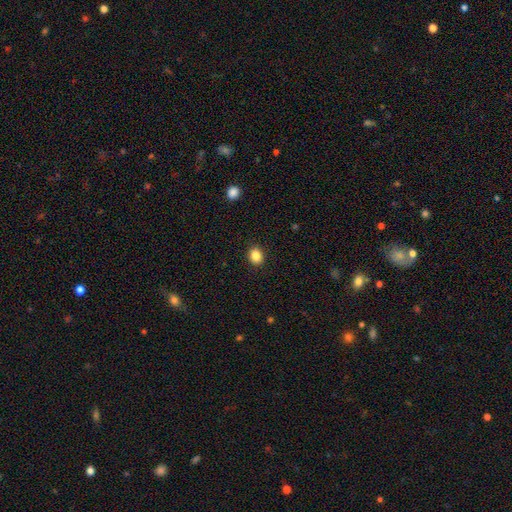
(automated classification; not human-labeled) Overall: smooth (86%). How rounded: round (60%; in between 39%). Merging: none (91%).